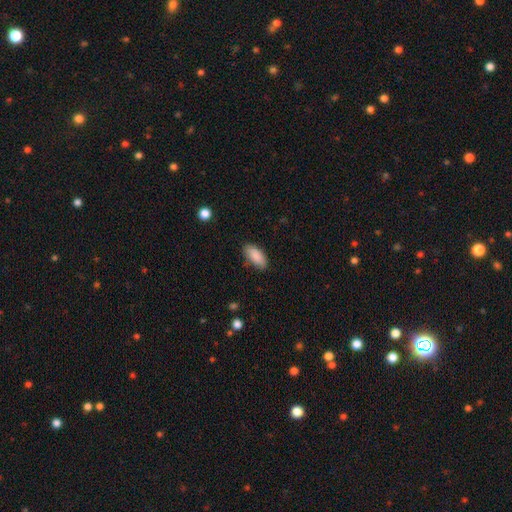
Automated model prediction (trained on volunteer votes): smooth_or_featured: smooth (p=0.88) [alt: star or artifact p=0.06]
how_rounded: in between (p=0.90) [alt: cigar-shaped p=0.08]
merging: none (p=0.83) [alt: minor disturbance p=0.13]